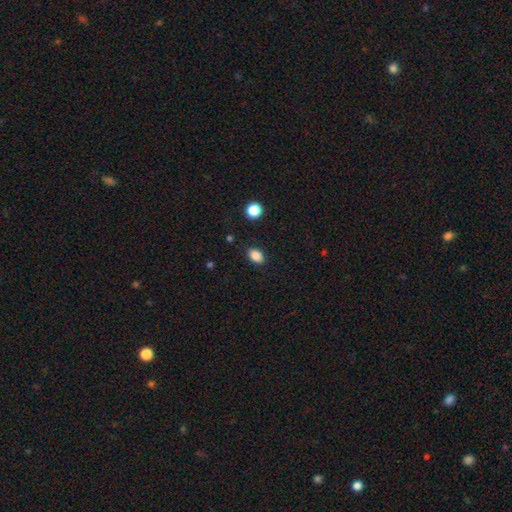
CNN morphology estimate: type=smooth (87%); roundness=in between (83%); merging=none (87%).